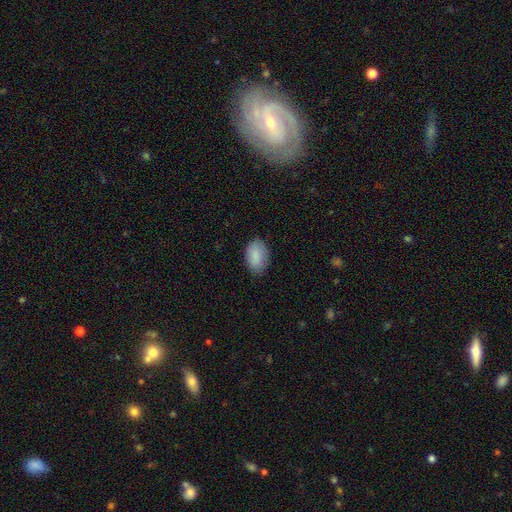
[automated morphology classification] Smooth or featured? smooth (89%)
How rounded? in between (91%)
Merging? none (81%)